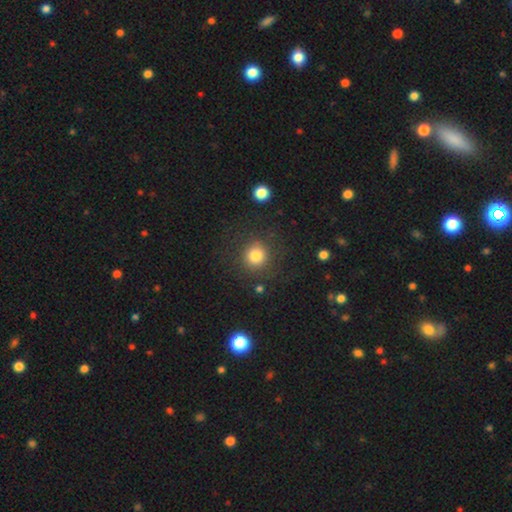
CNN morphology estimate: The model was most divided on "smooth or featured": smooth: 81%, star or artifact: 12%, featured or disk: 7%. More confident: how rounded — round (92%); merging — none (84%).